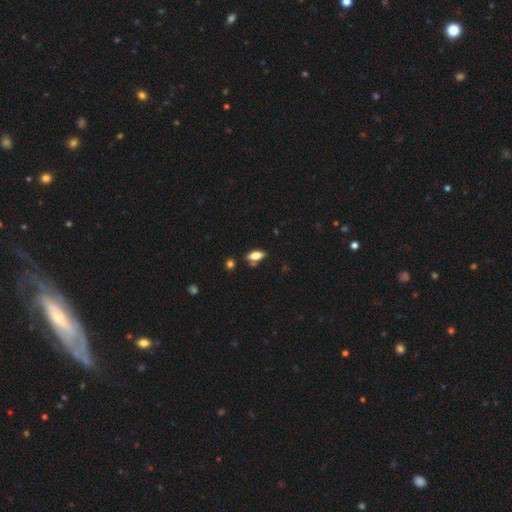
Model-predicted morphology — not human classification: smooth-or-featured: smooth: 73% | featured or disk: 19% | star or artifact: 8%
  how-rounded: in between: 80% | cigar-shaped: 17% | round: 3%
  merging: none: 73% | minor disturbance: 15% | merger: 8% | major disturbance: 4%